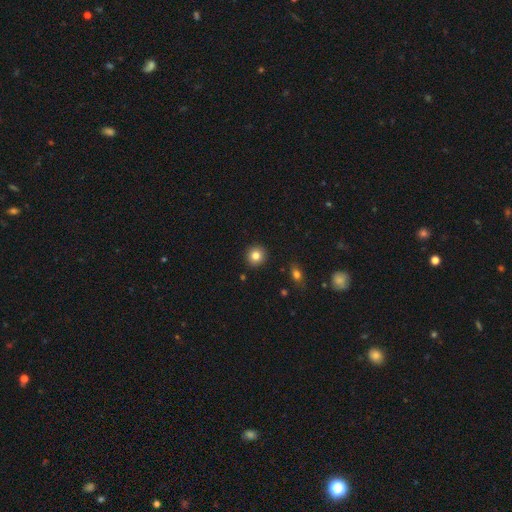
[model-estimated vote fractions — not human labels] This appears to be a smooth galaxy with no disk features (83%) that is round (92%). Merging: none (92%).